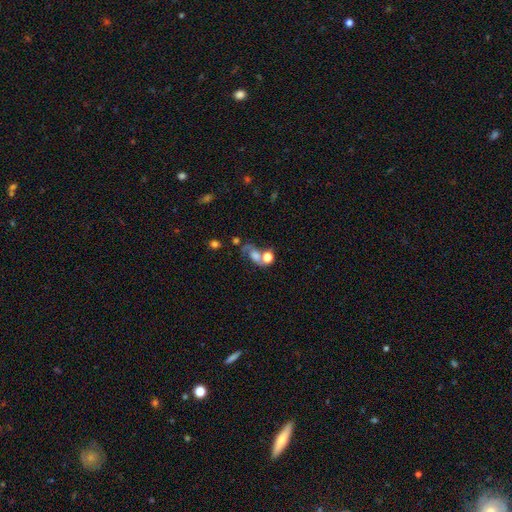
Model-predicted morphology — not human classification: Smooth or featured? smooth (43%)
Merging? merger (40%)